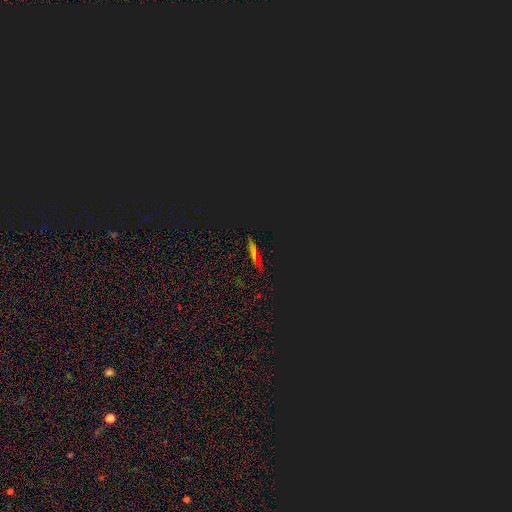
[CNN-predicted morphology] Smooth or featured? Predicted: star or artifact (p=0.49).